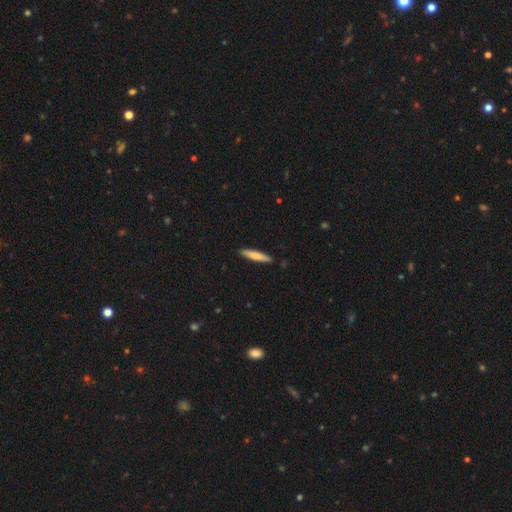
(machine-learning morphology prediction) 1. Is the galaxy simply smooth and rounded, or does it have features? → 75% smooth, 20% featured or disk, 5% star or artifact.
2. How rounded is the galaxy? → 90% cigar-shaped, 9% in between, 1% round.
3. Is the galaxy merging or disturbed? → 90% none, 8% minor disturbance, 1% major disturbance, 1% merger.